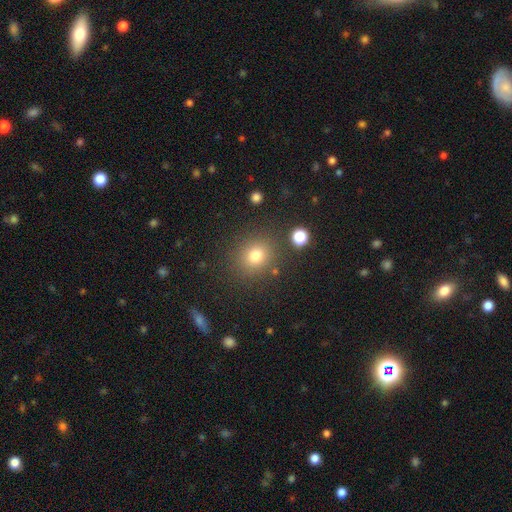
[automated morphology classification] smooth_or_featured: smooth (p=0.78) [alt: star or artifact p=0.15]
how_rounded: round (p=0.81) [alt: in between p=0.18]
merging: none (p=0.84) [alt: minor disturbance p=0.09]